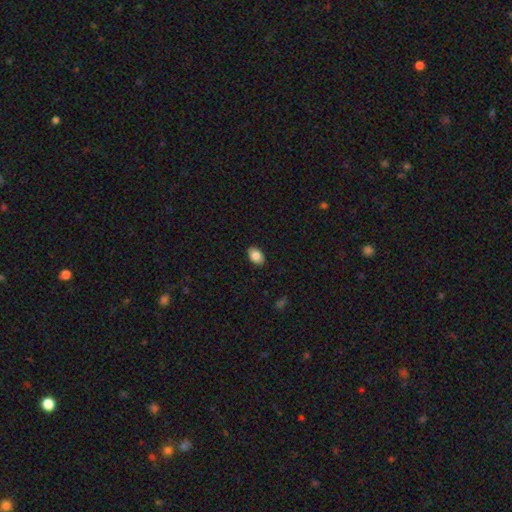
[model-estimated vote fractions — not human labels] This is clearly a smooth galaxy (86%). How rounded: clearly in between (87%). Merging: clearly none (89%).